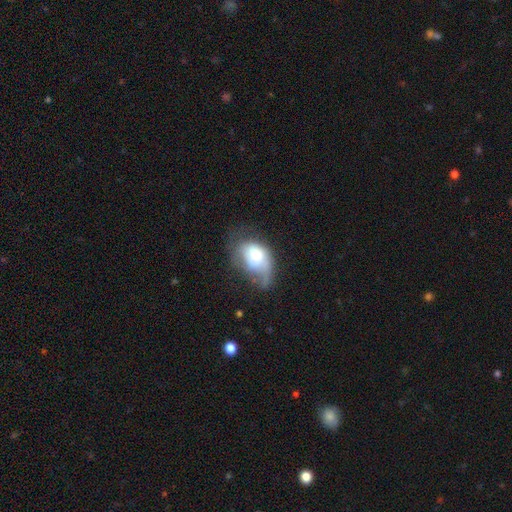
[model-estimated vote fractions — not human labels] Q: Smooth or featured?
A: smooth (56%); runner-up: featured or disk (36%)
Q: How rounded?
A: in between (81%); runner-up: round (17%)
Q: Merging?
A: major disturbance (42%); runner-up: minor disturbance (30%)